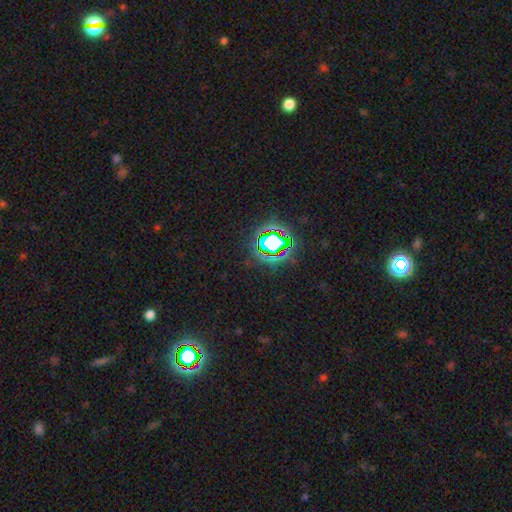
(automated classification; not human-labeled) Smooth or featured? star or artifact (80%)